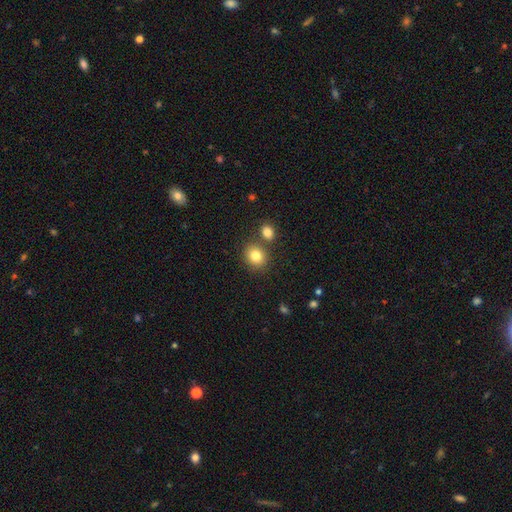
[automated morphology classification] This appears to be a smooth galaxy with no disk features (83%) that is round (72%). Merging: none (70%).